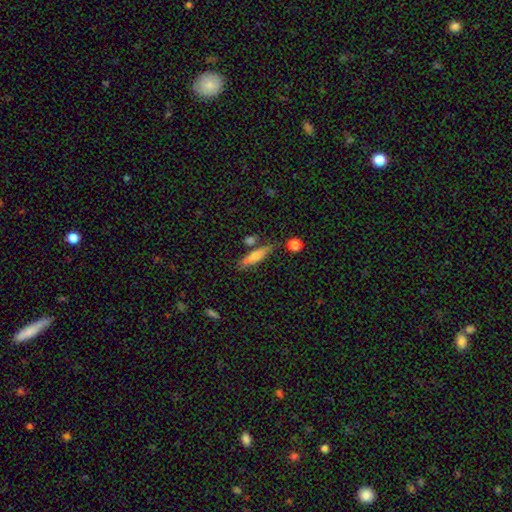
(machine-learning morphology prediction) Smooth or featured? Predicted: smooth (p=0.74). How rounded? Predicted: cigar-shaped (p=0.67). Merging? Predicted: none (p=0.71).